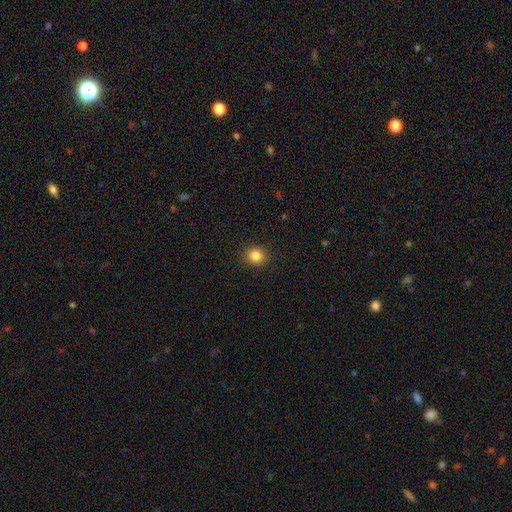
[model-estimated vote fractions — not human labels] Q: Smooth or featured?
A: smooth (85%); runner-up: star or artifact (11%)
Q: How rounded?
A: round (85%); runner-up: in between (14%)
Q: Merging?
A: none (91%); runner-up: minor disturbance (6%)